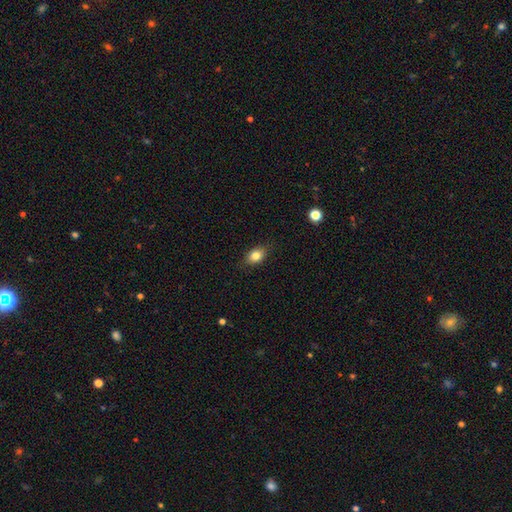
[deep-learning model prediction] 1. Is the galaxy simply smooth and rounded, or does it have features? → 82% smooth, 9% featured or disk, 9% star or artifact.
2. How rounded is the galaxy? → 78% in between, 19% round, 3% cigar-shaped.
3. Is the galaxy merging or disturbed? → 83% none, 13% minor disturbance, 3% major disturbance, 1% merger.